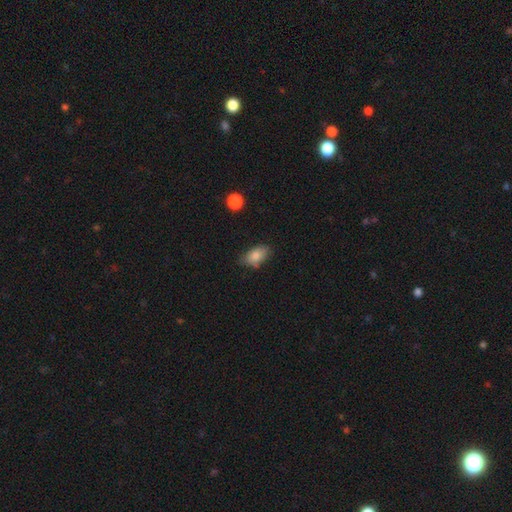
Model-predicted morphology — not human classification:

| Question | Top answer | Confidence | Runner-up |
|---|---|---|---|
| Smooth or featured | smooth | 84% | star or artifact (8%) |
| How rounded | in between | 90% | round (7%) |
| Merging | none | 68% | minor disturbance (25%) |